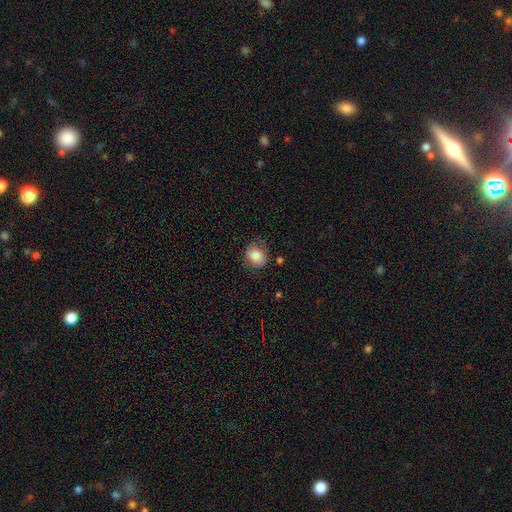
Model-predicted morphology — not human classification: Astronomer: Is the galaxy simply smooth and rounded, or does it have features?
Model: smooth — 84%.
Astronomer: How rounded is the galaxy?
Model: round — 64%.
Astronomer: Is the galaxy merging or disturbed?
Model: none — 71%.